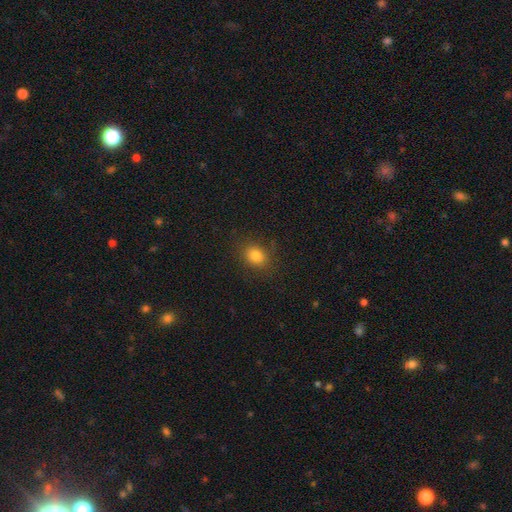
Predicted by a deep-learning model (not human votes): Morphology: type=smooth (81%); roundness=round (50%); merging=none (83%).